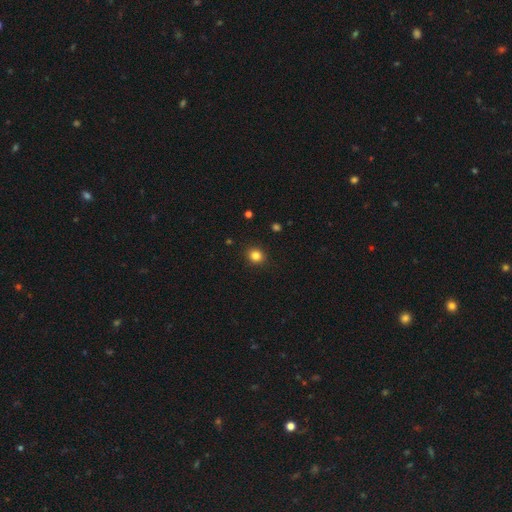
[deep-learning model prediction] Smooth or featured: smooth — 83% (star or artifact — 12%)
How rounded: round — 80% (in between — 19%)
Merging: none — 90% (minor disturbance — 7%)